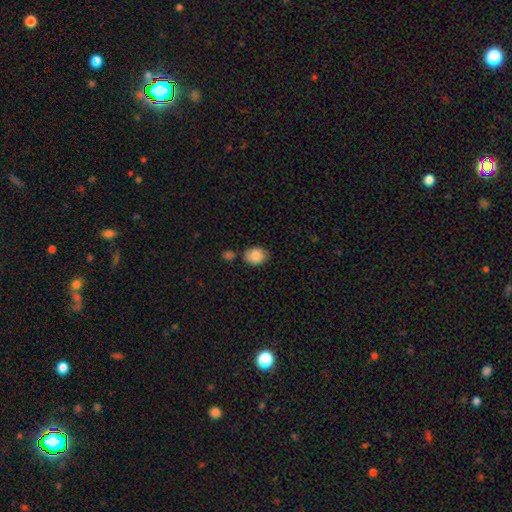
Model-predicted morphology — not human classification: smooth-or-featured: smooth: 88% | star or artifact: 8% | featured or disk: 5%
  how-rounded: in between: 56% | round: 43% | cigar-shaped: 1%
  merging: none: 72% | minor disturbance: 17% | merger: 8% | major disturbance: 4%